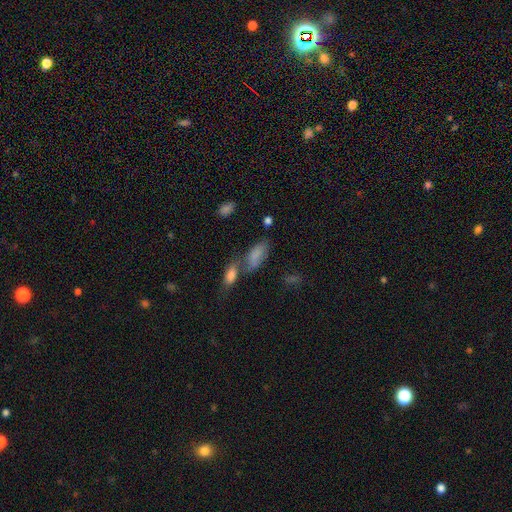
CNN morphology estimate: This is likely a smooth galaxy (77%). How rounded: clearly in between (87%). Merging: marginally merger (43%).